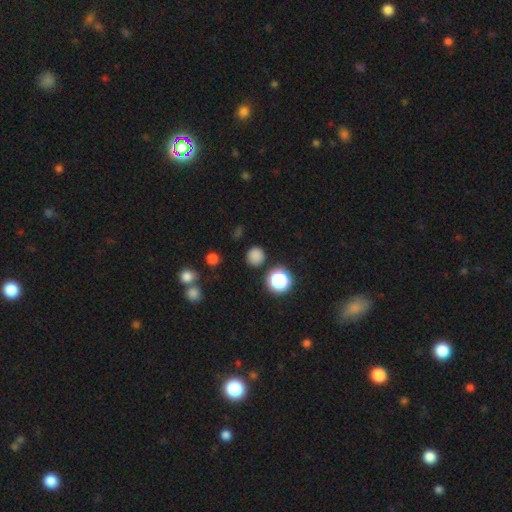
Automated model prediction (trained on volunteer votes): A smooth galaxy with no disk features (78%) that is round (91%). Merging: none (86%).